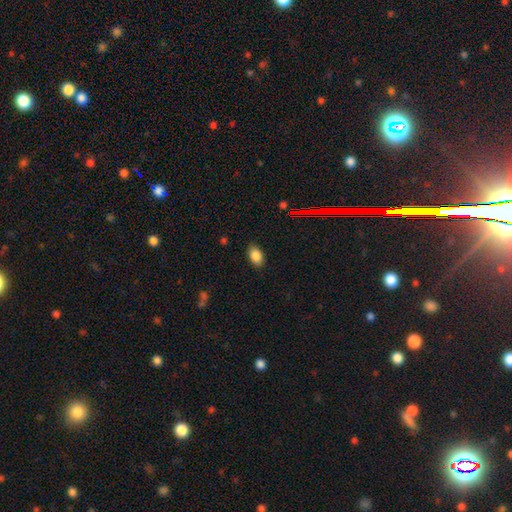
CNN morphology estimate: smooth 86%, star or artifact 9%, featured or disk 5%. Down the decision tree: how rounded — in between (91%); merging — none (86%).